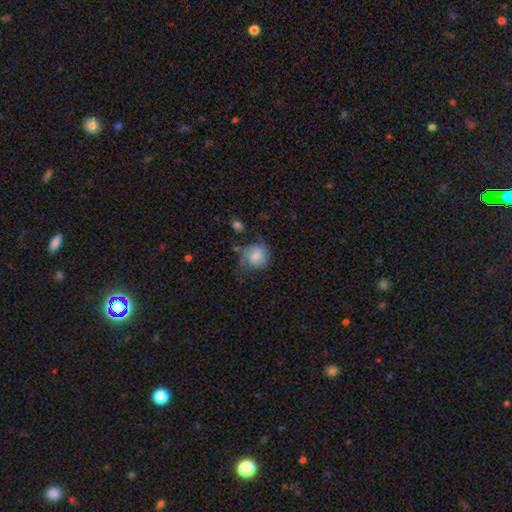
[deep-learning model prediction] A smooth galaxy with no disk features (65%) that is round (66%). Merging: none (47%).